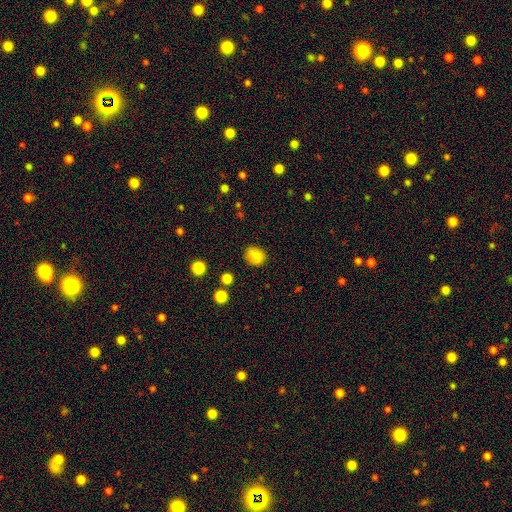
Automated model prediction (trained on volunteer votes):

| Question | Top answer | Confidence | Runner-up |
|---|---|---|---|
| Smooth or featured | smooth | 85% | star or artifact (10%) |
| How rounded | round | 65% | in between (34%) |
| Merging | none | 85% | minor disturbance (10%) |